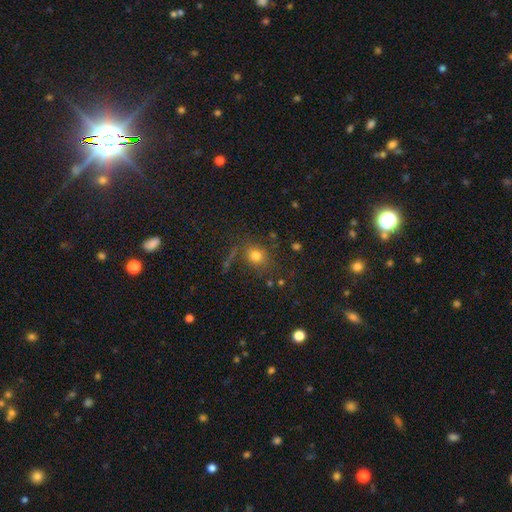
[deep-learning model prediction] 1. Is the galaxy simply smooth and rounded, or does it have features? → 74% smooth, 17% star or artifact, 9% featured or disk.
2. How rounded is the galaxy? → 75% round, 23% in between, 2% cigar-shaped.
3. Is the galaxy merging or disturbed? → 74% none, 14% minor disturbance, 7% major disturbance, 5% merger.